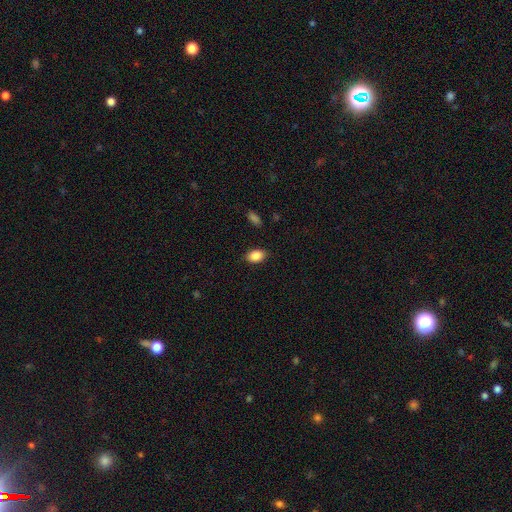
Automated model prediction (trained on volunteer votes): This appears to be a smooth galaxy with no disk features (88%) that is in between round and cigar-shaped (85%). Merging: none (85%).